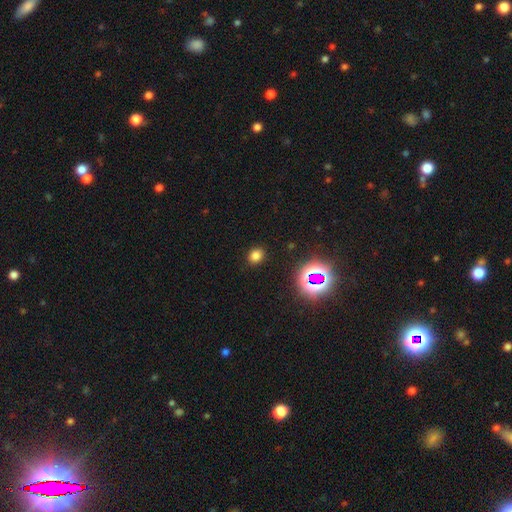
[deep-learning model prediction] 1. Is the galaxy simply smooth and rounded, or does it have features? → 75% smooth, 19% star or artifact, 6% featured or disk.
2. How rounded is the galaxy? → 60% round, 39% in between, 1% cigar-shaped.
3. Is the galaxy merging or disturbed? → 89% none, 7% minor disturbance, 2% major disturbance, 1% merger.